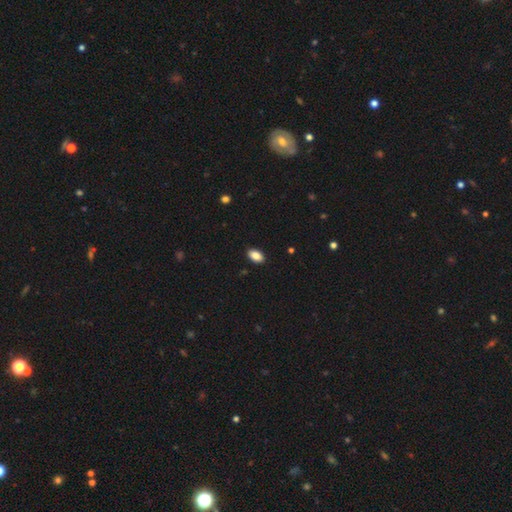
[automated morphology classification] Smooth or featured? Predicted: smooth (p=0.87). How rounded? Predicted: in between (p=0.92). Merging? Predicted: none (p=0.90).